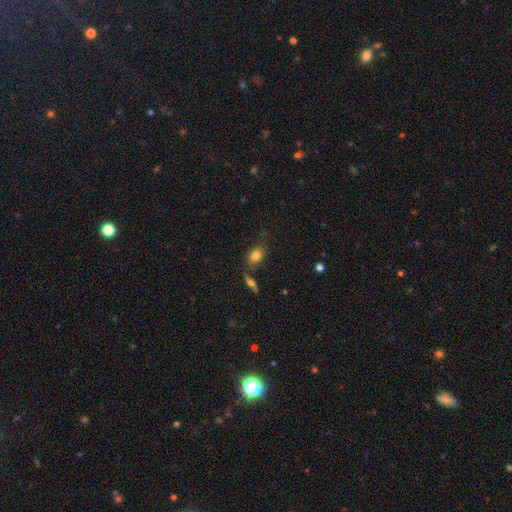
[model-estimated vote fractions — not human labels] smooth 79%, featured or disk 12%, star or artifact 9%. Down the decision tree: how rounded — in between (76%); merging — none (70%).